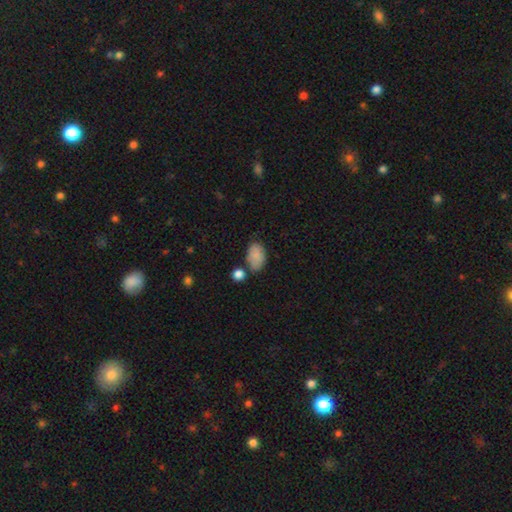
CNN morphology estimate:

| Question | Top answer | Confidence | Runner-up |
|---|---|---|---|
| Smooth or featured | smooth | 86% | star or artifact (8%) |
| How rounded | in between | 91% | round (7%) |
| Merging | none | 61% | minor disturbance (21%) |